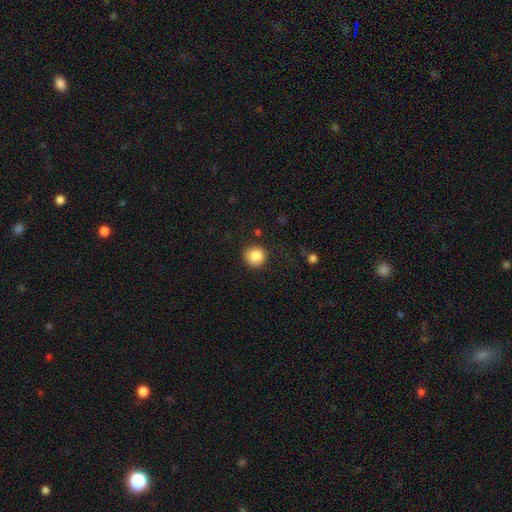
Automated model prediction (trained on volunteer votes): Q: Smooth or featured?
A: smooth (87%); runner-up: star or artifact (9%)
Q: How rounded?
A: round (93%); runner-up: in between (6%)
Q: Merging?
A: none (86%); runner-up: minor disturbance (10%)